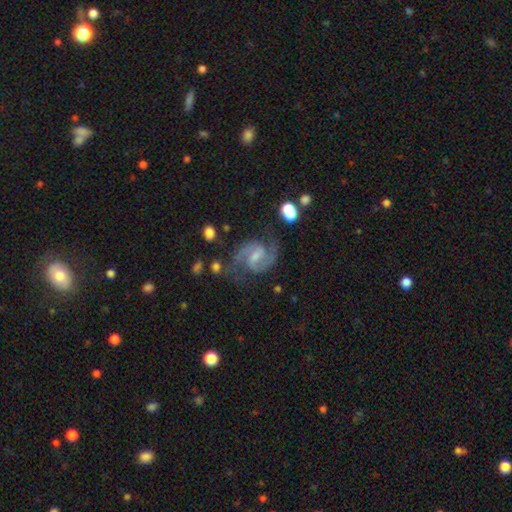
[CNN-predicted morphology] Smooth or featured: featured or disk — 89% (star or artifact — 6%)
Edge-on disk: no — 98% (yes — 2%)
Bar: weak — 54% (strong — 29%)
Spiral arms: yes — 98% (no — 2%)
Spiral winding: medium — 63% (tight — 20%)
Spiral arm count: 2 — 93% (can't tell — 2%)
Bulge size: small — 51% (moderate — 31%)
Merging: none — 77% (minor disturbance — 15%)